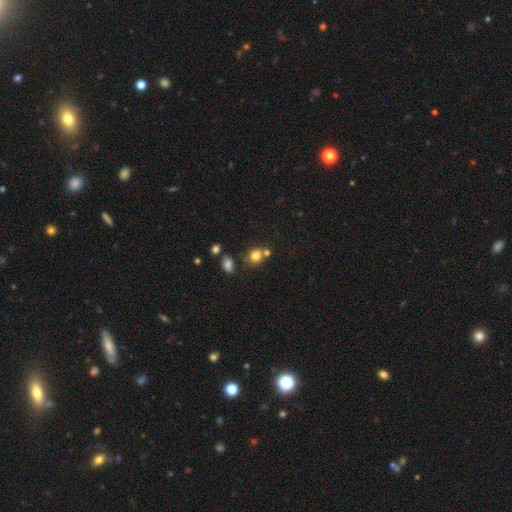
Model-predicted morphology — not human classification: smooth 78%, star or artifact 13%, featured or disk 9%. Down the decision tree: how rounded — round (75%); merging — none (56%).